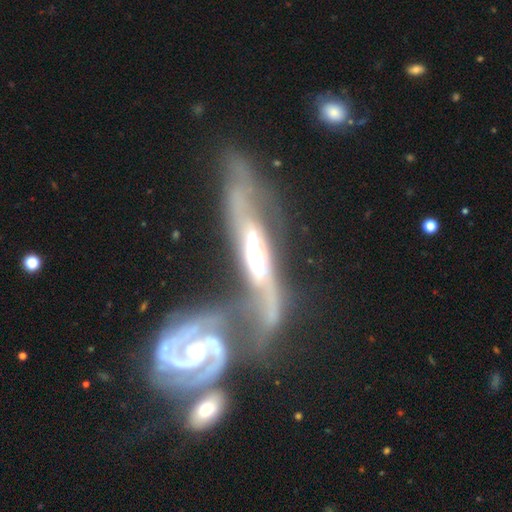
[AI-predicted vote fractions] smooth_or_featured: featured or disk (p=0.84) [alt: smooth p=0.11]
disk_edge_on: no (p=0.57) [alt: yes p=0.43]
merging: merger (p=0.62) [alt: none p=0.17]